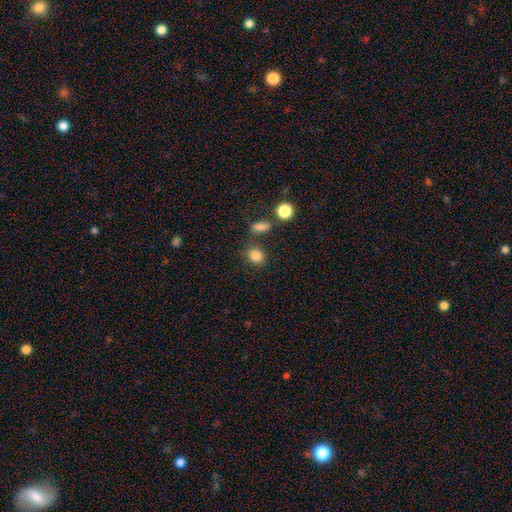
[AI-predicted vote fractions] This appears to be a smooth galaxy with no disk features (84%) that is round (51%). Merging: none (75%).